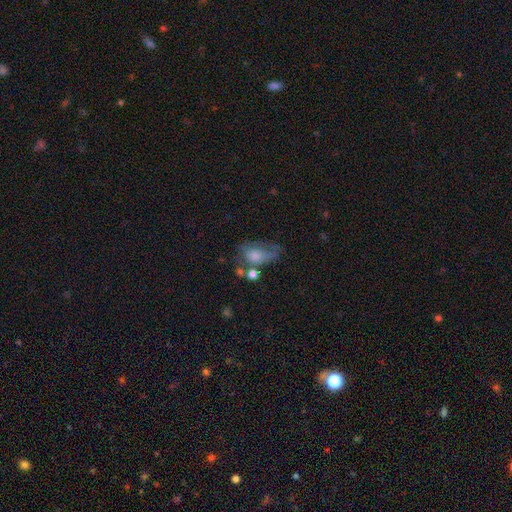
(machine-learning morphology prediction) smooth 61%, featured or disk 30%, star or artifact 10%. Down the decision tree: how rounded — in between (79%); merging — major disturbance (35%).